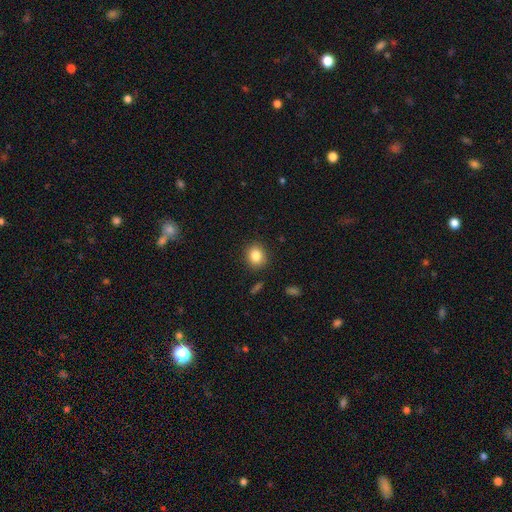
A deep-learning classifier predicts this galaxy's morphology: Smooth or featured?
  - smooth: 83% *
  - star or artifact: 10%
  - featured or disk: 7%
How rounded?
  - round: 69% *
  - in between: 30%
  - cigar-shaped: 1%
Merging?
  - none: 88% *
  - minor disturbance: 8%
  - major disturbance: 2%
  - merger: 1%